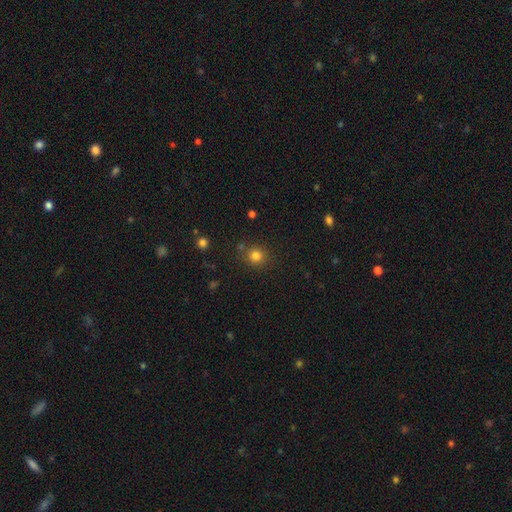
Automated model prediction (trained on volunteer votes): smooth_or_featured: smooth (p=0.81) [alt: star or artifact p=0.14]
how_rounded: round (p=0.90) [alt: in between p=0.09]
merging: none (p=0.82) [alt: minor disturbance p=0.09]